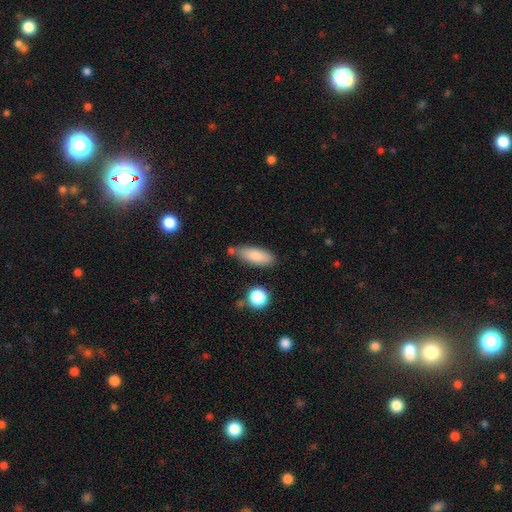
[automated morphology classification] smooth_or_featured: smooth (p=0.82) [alt: featured or disk p=0.11]
how_rounded: in between (p=0.71) [alt: cigar-shaped p=0.27]
merging: none (p=0.65) [alt: minor disturbance p=0.20]